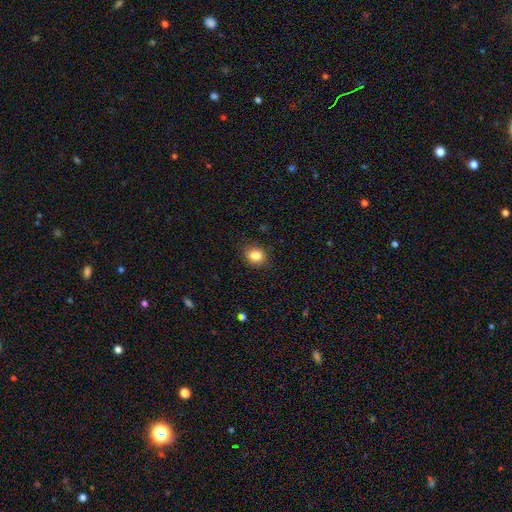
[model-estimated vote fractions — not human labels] Smooth or featured: smooth — 85% (star or artifact — 10%)
How rounded: round — 62% (in between — 37%)
Merging: none — 87% (minor disturbance — 10%)